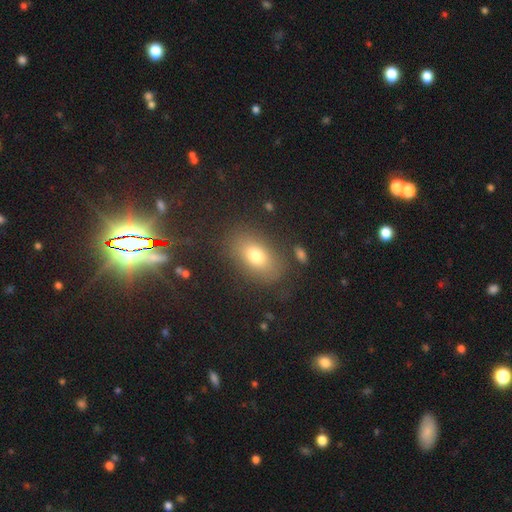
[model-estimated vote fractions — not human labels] smooth 74%, featured or disk 14%, star or artifact 12%. Down the decision tree: how rounded — in between (85%); merging — none (79%).